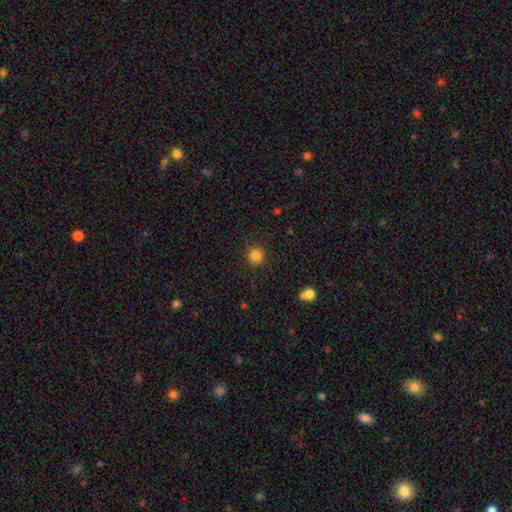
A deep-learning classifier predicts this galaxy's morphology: The model was most divided on "smooth or featured": smooth: 84%, star or artifact: 12%, featured or disk: 4%. More confident: how rounded — round (93%); merging — none (90%).